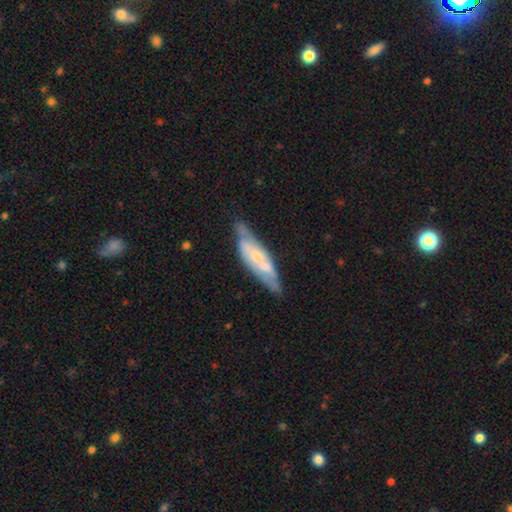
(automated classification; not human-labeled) A featured or disk galaxy (64%). Merging: none (54%).